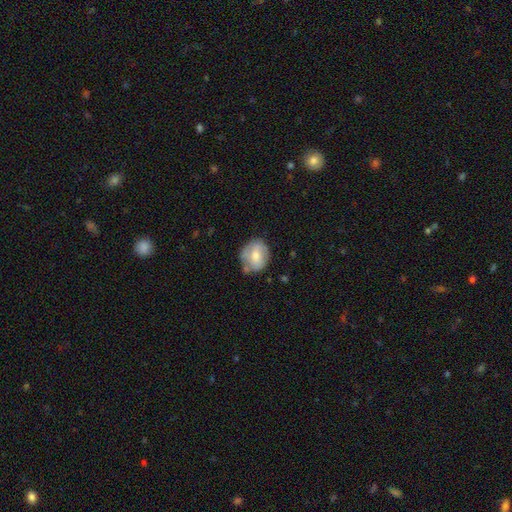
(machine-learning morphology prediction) Q: Smooth or featured?
A: smooth (59%); runner-up: featured or disk (34%)
Q: How rounded?
A: round (62%); runner-up: in between (37%)
Q: Merging?
A: none (60%); runner-up: minor disturbance (26%)